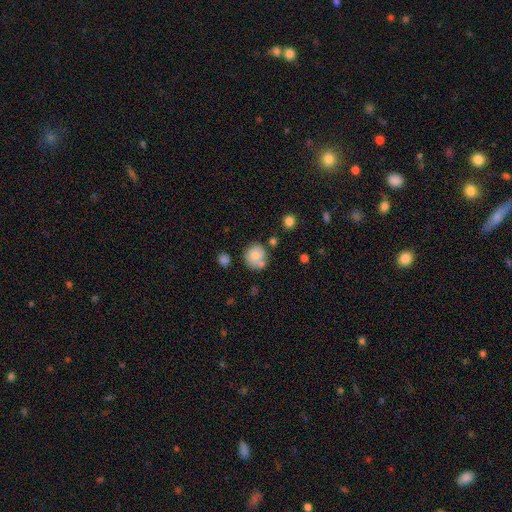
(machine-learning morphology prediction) Smooth or featured? smooth (78%)
How rounded? round (82%)
Merging? none (58%)